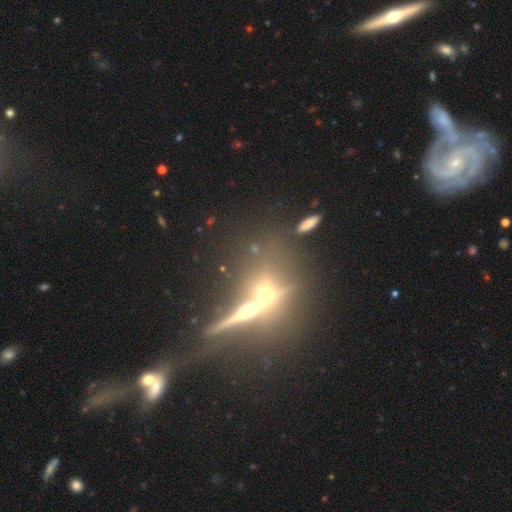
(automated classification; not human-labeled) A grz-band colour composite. It shows a featured or disk galaxy (49%). Merging: none (44%).